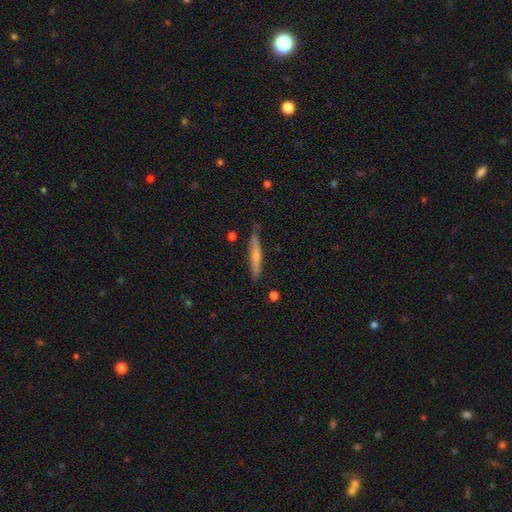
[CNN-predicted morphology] A featured or disk galaxy (50%). Merging: none (82%).